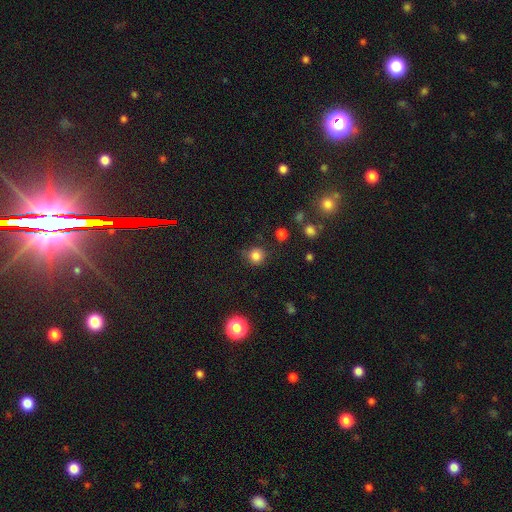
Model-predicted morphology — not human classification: Q: Smooth or featured?
A: smooth (82%); runner-up: star or artifact (13%)
Q: How rounded?
A: round (91%); runner-up: in between (8%)
Q: Merging?
A: none (77%); runner-up: minor disturbance (16%)